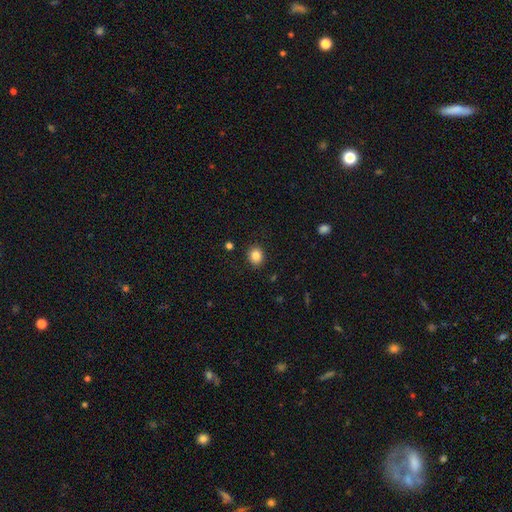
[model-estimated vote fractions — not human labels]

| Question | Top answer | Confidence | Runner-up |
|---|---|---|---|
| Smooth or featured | smooth | 85% | star or artifact (10%) |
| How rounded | round | 66% | in between (33%) |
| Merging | none | 90% | minor disturbance (7%) |